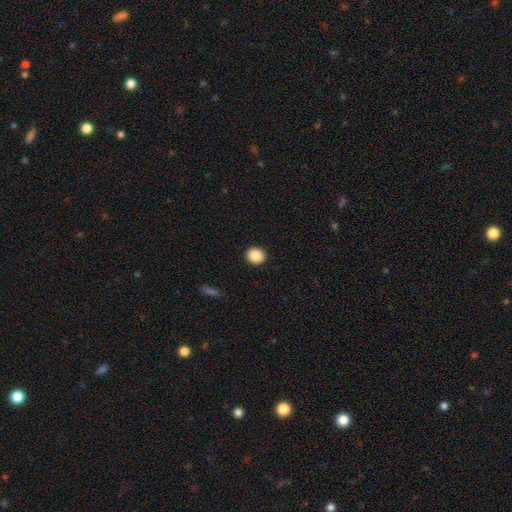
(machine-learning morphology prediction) Overall: smooth (88%). How rounded: round (77%). Merging: none (92%).